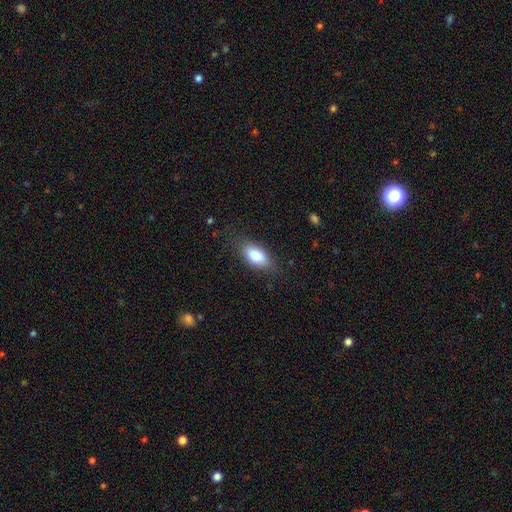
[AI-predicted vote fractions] Morphology: type=smooth (85%); roundness=in between (88%); merging=none (78%).